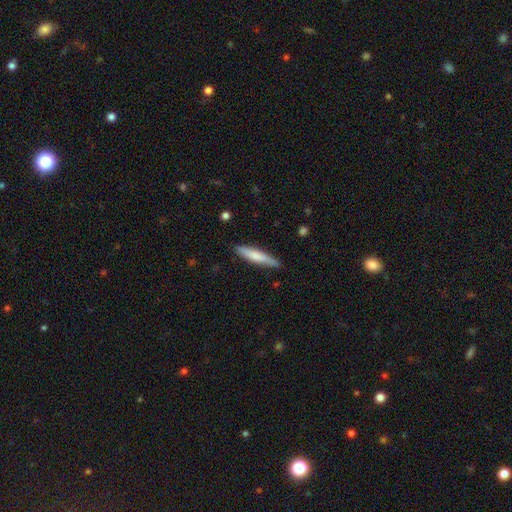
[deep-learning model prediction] A smooth galaxy with no disk features (70%) that is cigar-shaped (87%). Merging: none (85%).